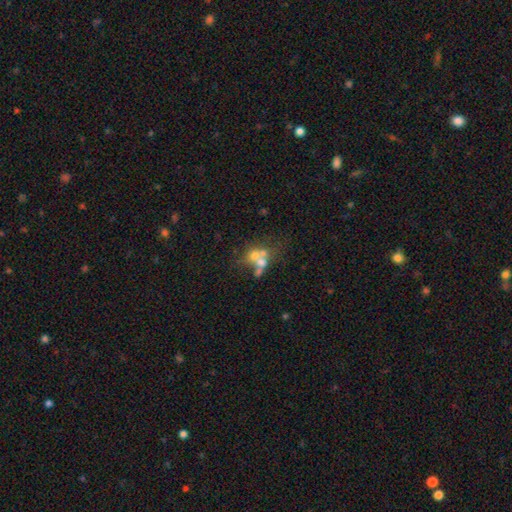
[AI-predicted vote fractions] smooth_or_featured: smooth (p=0.44) [alt: featured or disk p=0.36]
merging: merger (p=0.57) [alt: none p=0.28]